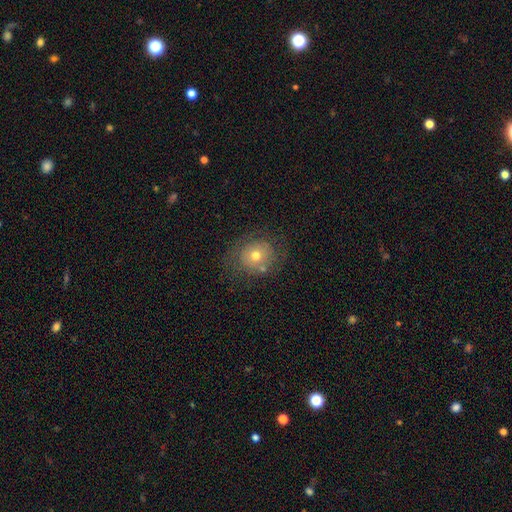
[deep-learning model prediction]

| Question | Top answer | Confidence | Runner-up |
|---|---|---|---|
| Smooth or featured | smooth | 60% | featured or disk (28%) |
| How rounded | round | 81% | in between (19%) |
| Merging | none | 68% | minor disturbance (17%) |